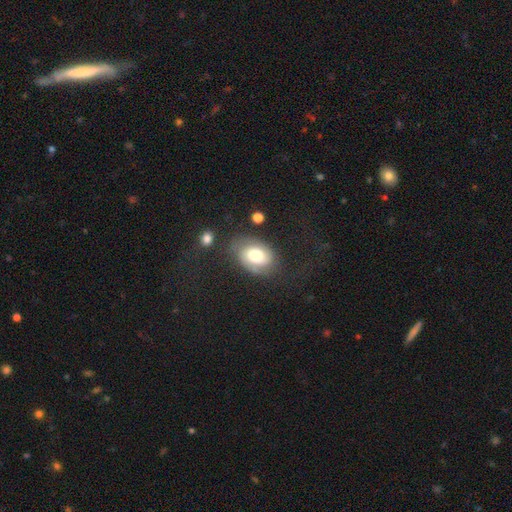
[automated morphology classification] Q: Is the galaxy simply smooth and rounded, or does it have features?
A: smooth — 46%.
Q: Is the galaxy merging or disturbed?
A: none — 62%.